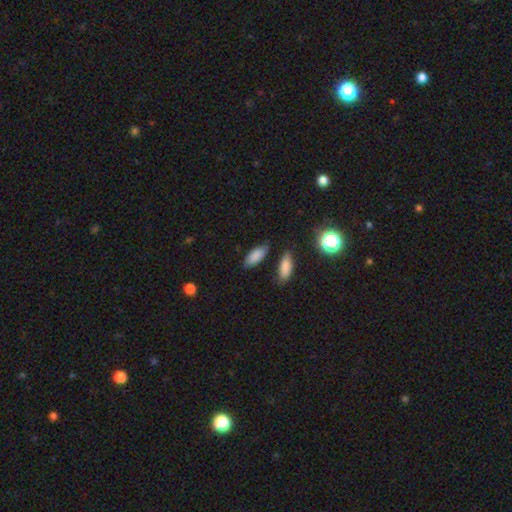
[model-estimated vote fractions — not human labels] Overall: smooth (84%). How rounded: in between (83%). Merging: none (76%).